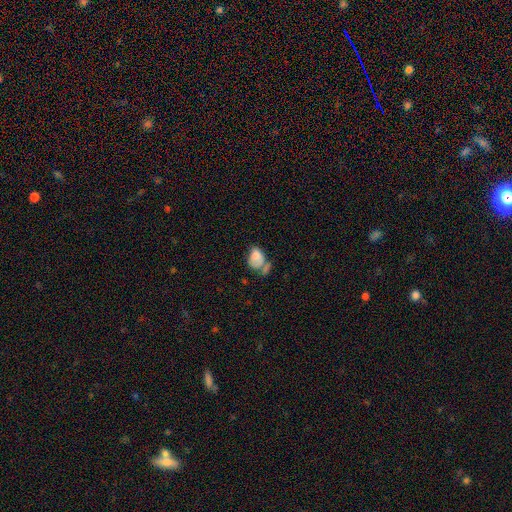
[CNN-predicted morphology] smooth-or-featured: smooth: 73% | featured or disk: 19% | star or artifact: 8%
  how-rounded: in between: 81% | round: 18% | cigar-shaped: 1%
  merging: merger: 31% | none: 29% | minor disturbance: 22% | major disturbance: 18%